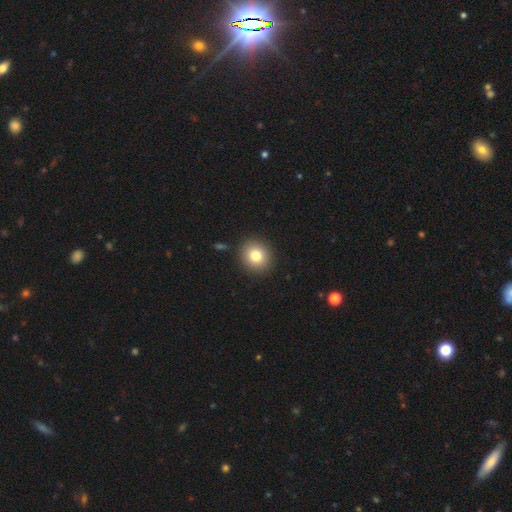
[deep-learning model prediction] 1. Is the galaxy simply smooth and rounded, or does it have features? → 80% smooth, 11% star or artifact, 10% featured or disk.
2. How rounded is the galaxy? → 82% round, 17% in between, 1% cigar-shaped.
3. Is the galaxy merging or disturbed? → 90% none, 6% minor disturbance, 2% major disturbance, 2% merger.